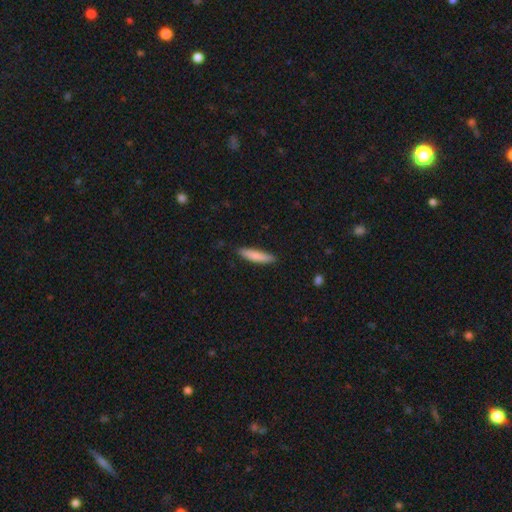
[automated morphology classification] type=smooth (83%); roundness=cigar-shaped (84%); merging=none (88%).